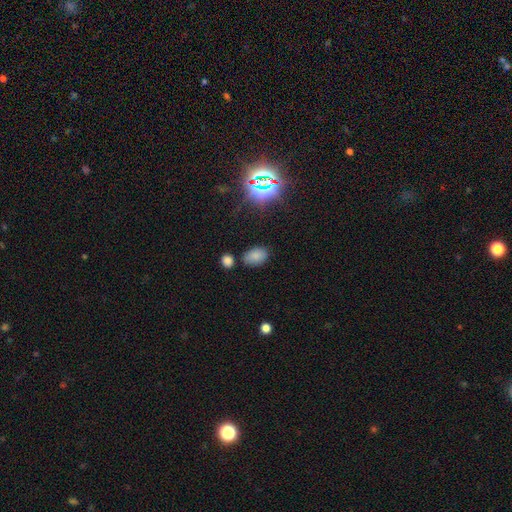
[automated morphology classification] Smooth or featured: smooth — 76% (star or artifact — 16%)
How rounded: in between — 89% (round — 9%)
Merging: none — 76% (minor disturbance — 14%)